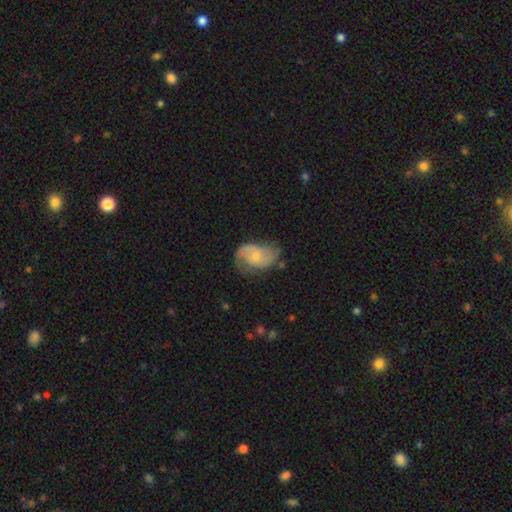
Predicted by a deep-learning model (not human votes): Morphology: type=featured or disk (61%); edge-on=no (97%); bar=no (66%); spiral arms=yes (86%); winding=medium (43%); arm count=2 (77%); bulge=small (60%); merging=none (52%).